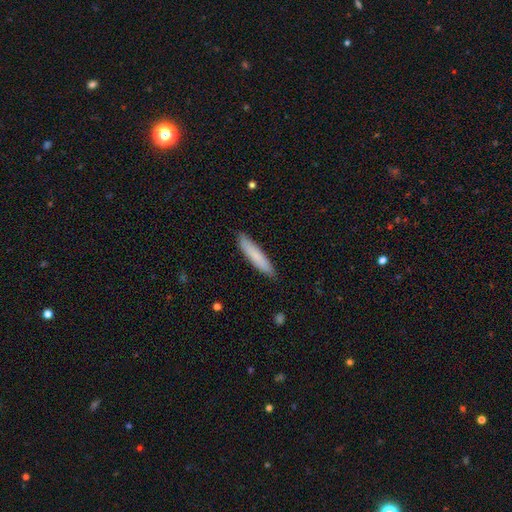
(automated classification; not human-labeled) A smooth galaxy with no disk features (80%) that is cigar-shaped (88%).

Vote fractions:
- Smooth or featured? smooth: 80% / featured or disk: 14% / star or artifact: 6%
- How rounded? cigar-shaped: 88% / in between: 11% / round: 1%
- Merging? none: 89% / minor disturbance: 9% / major disturbance: 2% / merger: 1%